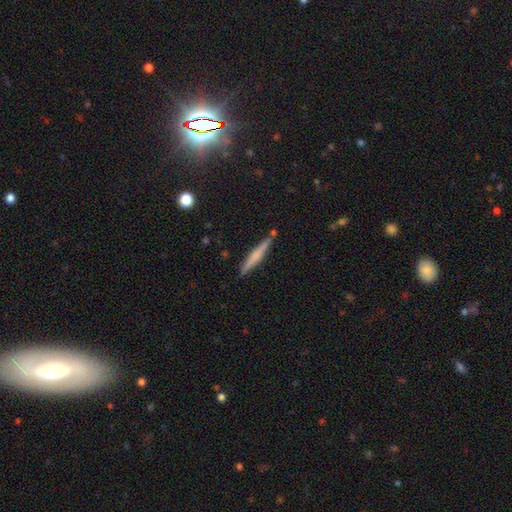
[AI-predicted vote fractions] Smooth or featured? Predicted: smooth (p=0.53). How rounded? Predicted: cigar-shaped (p=0.95). Merging? Predicted: none (p=0.85).